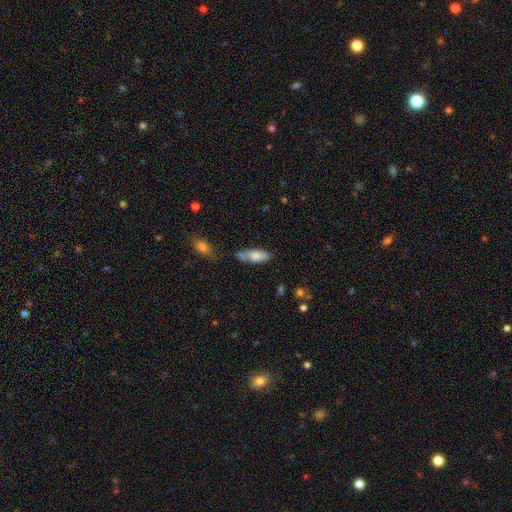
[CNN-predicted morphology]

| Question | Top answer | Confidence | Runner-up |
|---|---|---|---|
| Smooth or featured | smooth | 76% | featured or disk (18%) |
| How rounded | in between | 75% | cigar-shaped (22%) |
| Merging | none | 57% | minor disturbance (28%) |